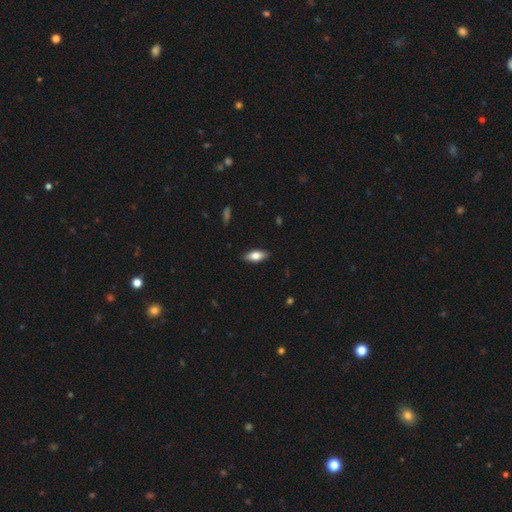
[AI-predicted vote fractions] Smooth or featured?
  - smooth: 76% *
  - featured or disk: 17%
  - star or artifact: 6%
How rounded?
  - in between: 84% *
  - cigar-shaped: 14%
  - round: 3%
Merging?
  - none: 88% *
  - minor disturbance: 9%
  - major disturbance: 2%
  - merger: 1%